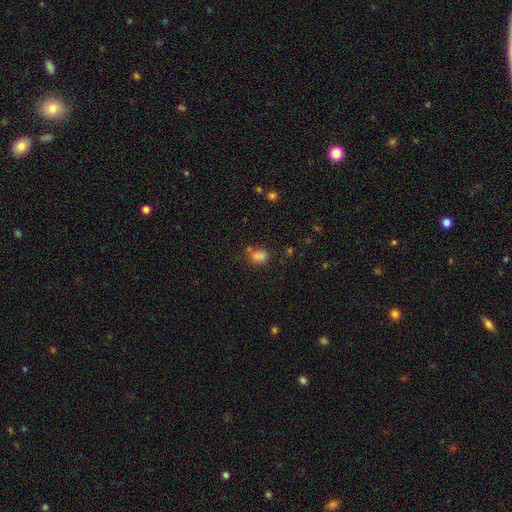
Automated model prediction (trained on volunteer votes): Overall: smooth (79%). How rounded: in between (62%; round 36%). Merging: none (61%).